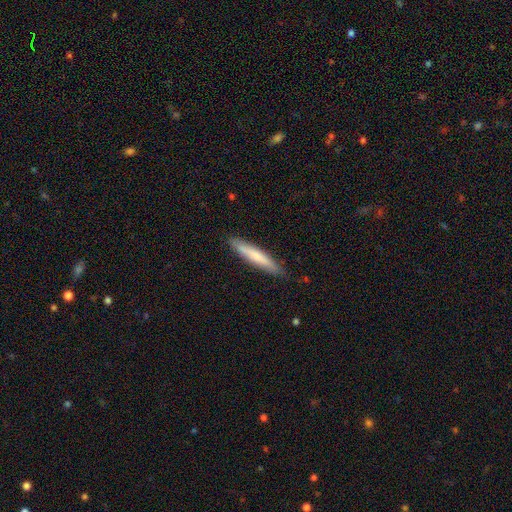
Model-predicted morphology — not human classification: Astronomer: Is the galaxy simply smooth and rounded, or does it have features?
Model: smooth — 69%.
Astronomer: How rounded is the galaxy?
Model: cigar-shaped — 92%.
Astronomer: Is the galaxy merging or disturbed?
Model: none — 86%.